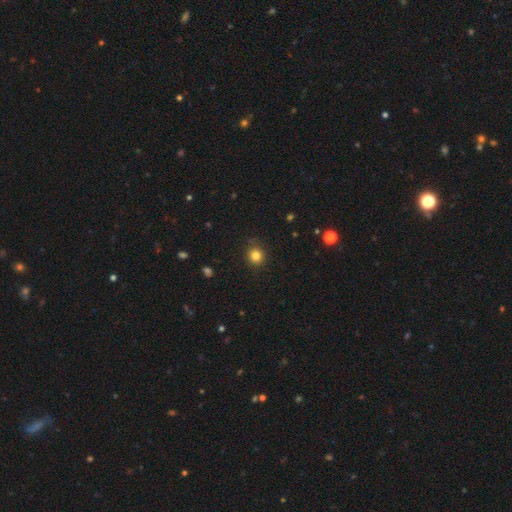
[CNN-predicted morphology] The model was most divided on "smooth or featured": smooth: 82%, star or artifact: 12%, featured or disk: 5%. More confident: merging — none (88%); how rounded — round (87%).